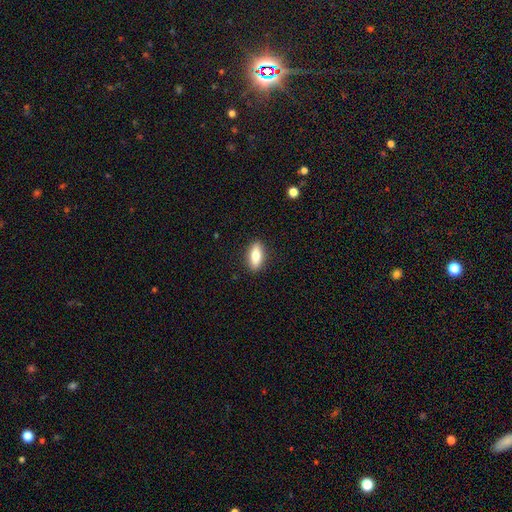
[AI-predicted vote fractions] The model was most divided on "how rounded": in between: 74%, cigar-shaped: 23%, round: 3%. More confident: merging — none (89%); smooth or featured — smooth (75%).